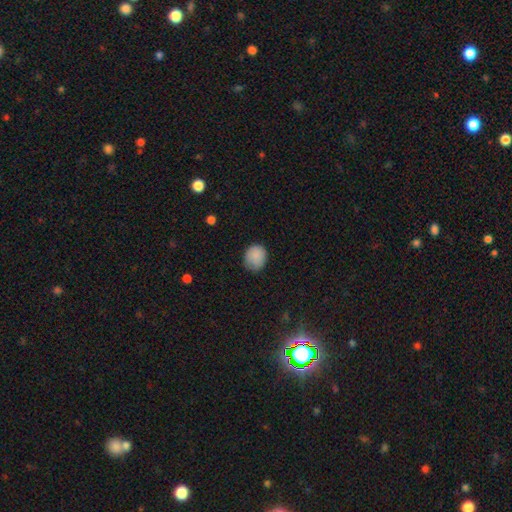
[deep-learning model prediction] smooth_or_featured: smooth (p=0.86) [alt: star or artifact p=0.08]
how_rounded: round (p=0.63) [alt: in between p=0.36]
merging: none (p=0.70) [alt: minor disturbance p=0.24]